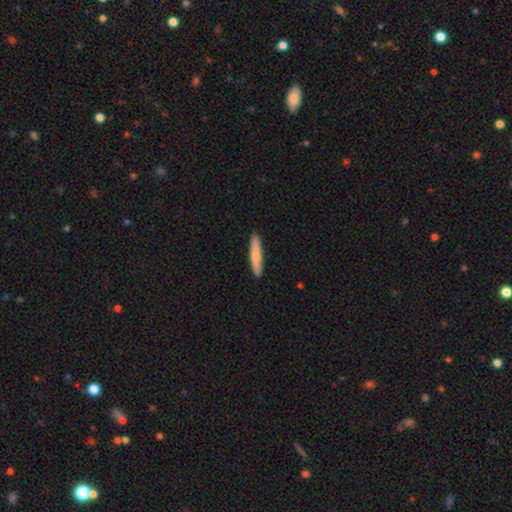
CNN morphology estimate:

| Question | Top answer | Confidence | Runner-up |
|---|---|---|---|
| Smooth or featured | smooth | 74% | featured or disk (21%) |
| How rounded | cigar-shaped | 92% | in between (7%) |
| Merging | none | 92% | minor disturbance (6%) |